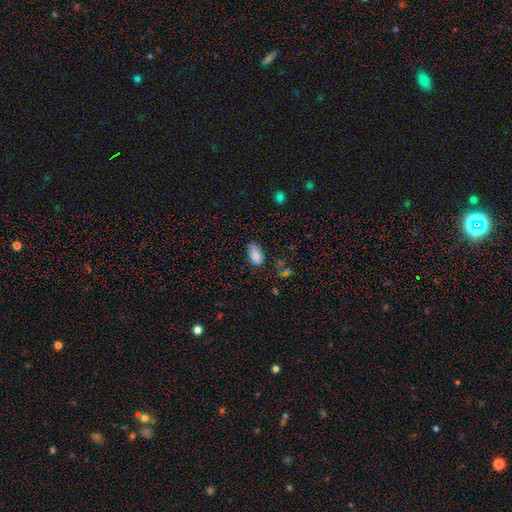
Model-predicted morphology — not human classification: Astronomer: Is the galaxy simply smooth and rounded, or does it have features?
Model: smooth — 83%.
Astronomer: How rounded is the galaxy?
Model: in between — 92%.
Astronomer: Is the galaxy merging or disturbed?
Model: none — 66%.